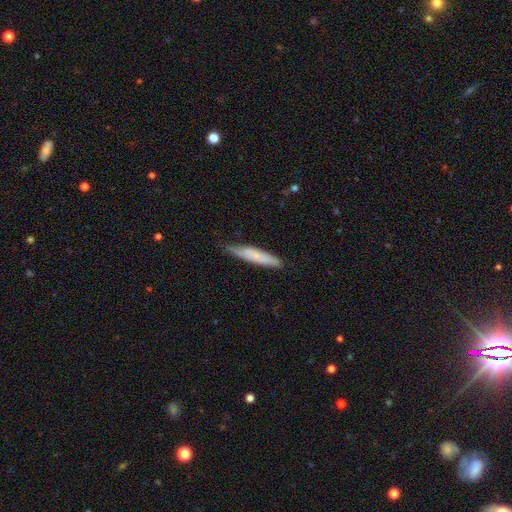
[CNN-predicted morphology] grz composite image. It shows a smooth galaxy with no disk features (68%) that is cigar-shaped (89%). Merging: none (69%).